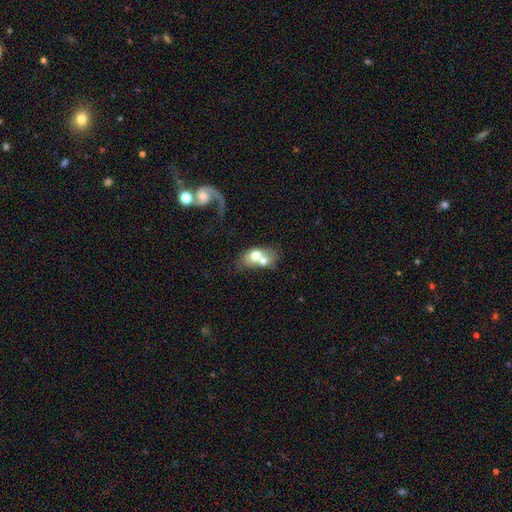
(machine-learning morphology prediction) smooth 57%, featured or disk 35%, star or artifact 8%. Down the decision tree: how rounded — in between (69%); merging — merger (64%).